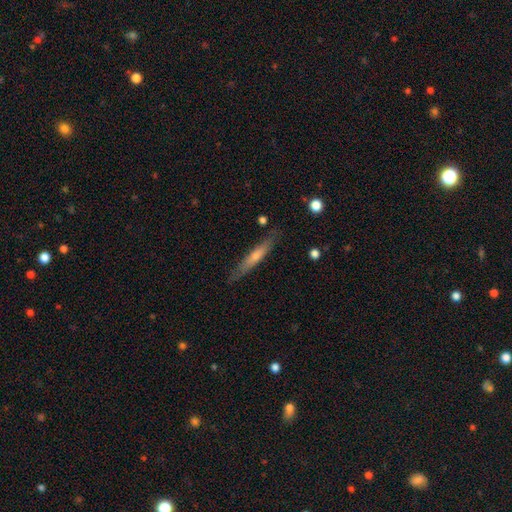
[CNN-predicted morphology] This appears to be a smooth galaxy with no disk features (47%). Merging: none (84%).